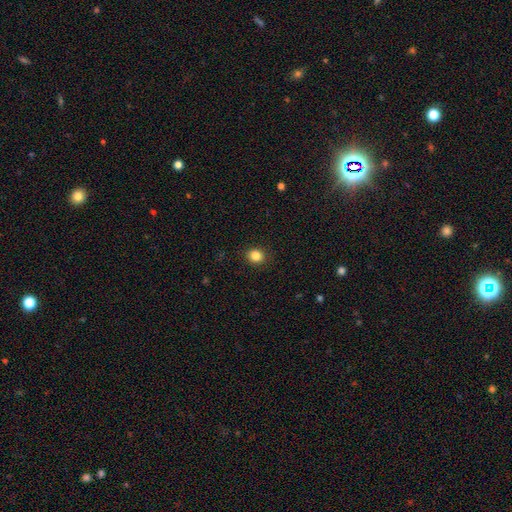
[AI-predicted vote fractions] Morphology: type=smooth (85%); roundness=round (73%); merging=none (91%).